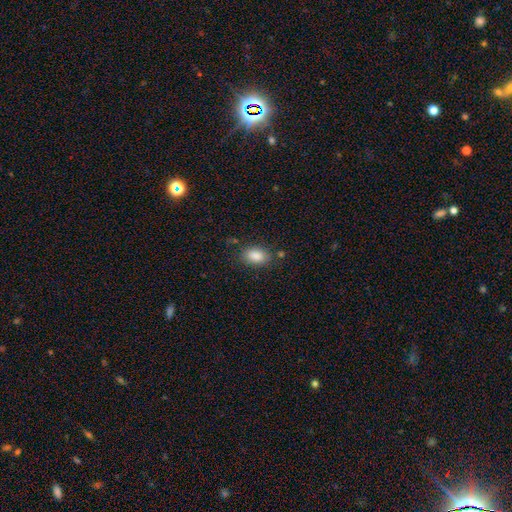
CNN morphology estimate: A smooth galaxy with no disk features (86%) that is in between round and cigar-shaped (89%). Merging: none (80%).